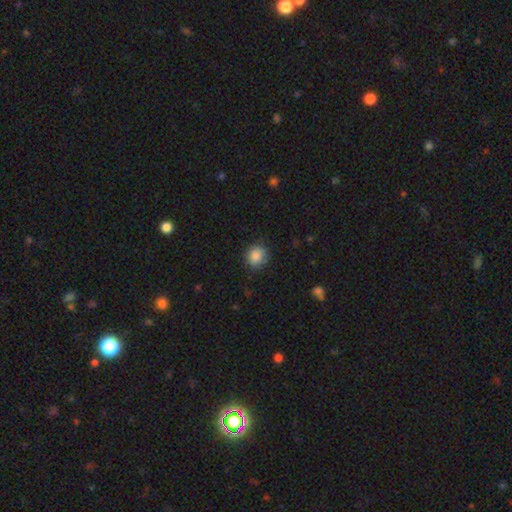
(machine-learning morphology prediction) Smooth or featured? Predicted: smooth (p=0.86). How rounded? Predicted: round (p=0.85). Merging? Predicted: none (p=0.82).